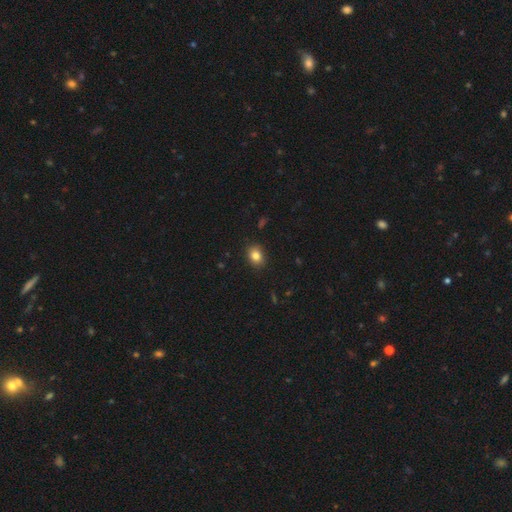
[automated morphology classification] The model was most divided on "how rounded": in between: 54%, round: 45%, cigar-shaped: 1%. More confident: merging — none (89%); smooth or featured — smooth (84%).